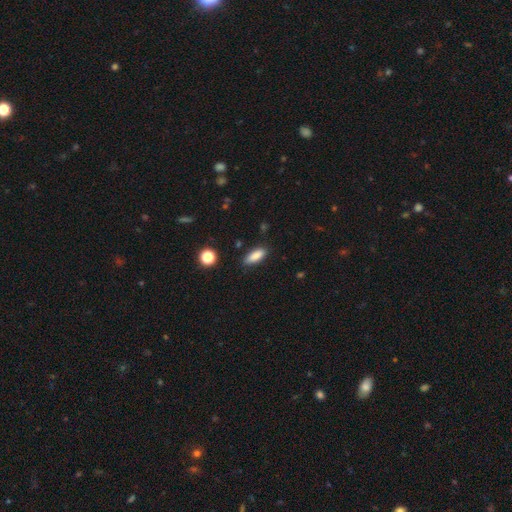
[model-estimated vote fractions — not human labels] The model was most divided on "how rounded": in between: 75%, cigar-shaped: 23%, round: 2%. More confident: smooth or featured — smooth (86%); merging — none (85%).